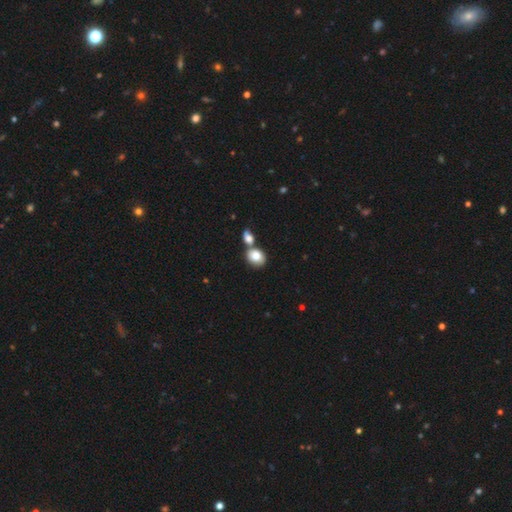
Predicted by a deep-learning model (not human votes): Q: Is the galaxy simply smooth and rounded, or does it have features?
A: smooth — 80%.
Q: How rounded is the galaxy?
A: in between — 50%.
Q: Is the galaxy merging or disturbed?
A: merger — 46%.